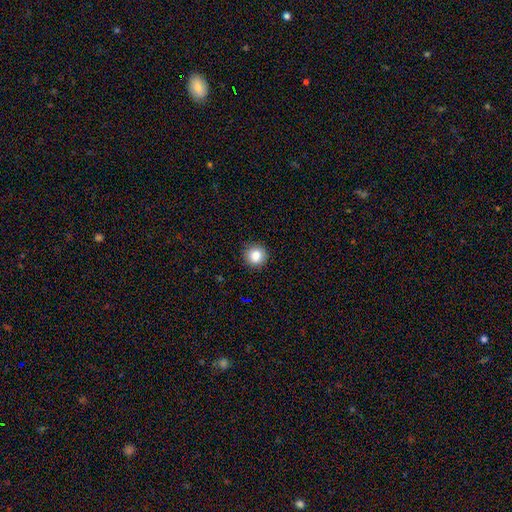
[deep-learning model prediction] Smooth or featured?
  - smooth: 85% *
  - star or artifact: 10%
  - featured or disk: 5%
How rounded?
  - round: 93% *
  - in between: 7%
  - cigar-shaped: 1%
Merging?
  - none: 90% *
  - minor disturbance: 7%
  - major disturbance: 2%
  - merger: 1%